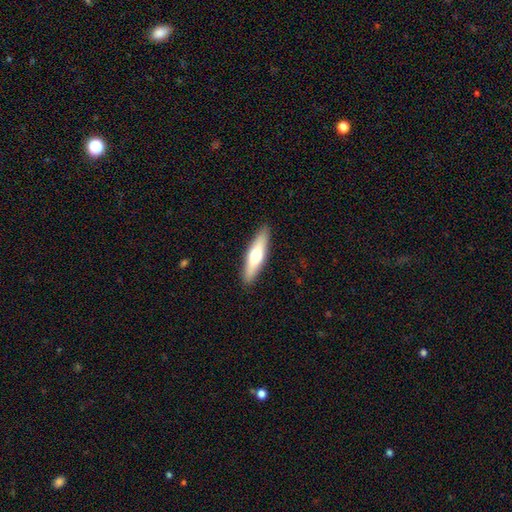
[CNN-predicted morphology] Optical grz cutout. It shows a smooth galaxy with no disk features (56%) that is cigar-shaped (74%). Merging: none (90%).